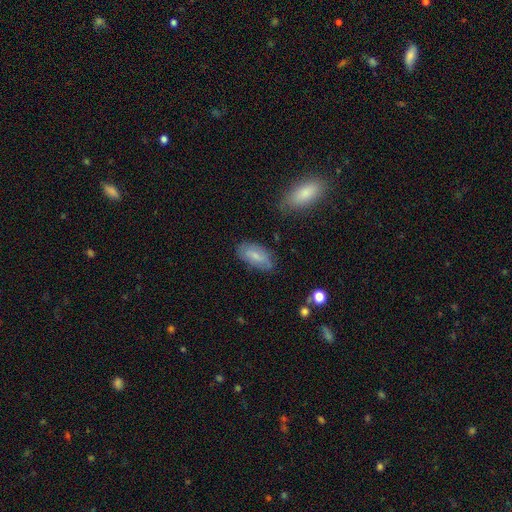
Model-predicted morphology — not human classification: Smooth or featured? smooth (74%)
How rounded? in between (90%)
Merging? none (73%)